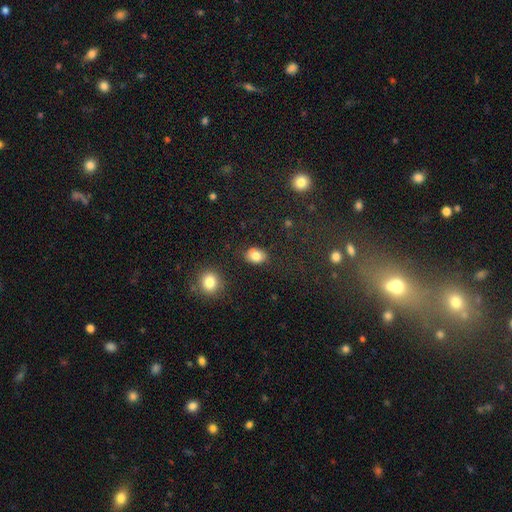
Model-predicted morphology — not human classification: Smooth or featured?
  - smooth: 83% *
  - star or artifact: 9%
  - featured or disk: 8%
How rounded?
  - in between: 70% *
  - round: 29%
  - cigar-shaped: 1%
Merging?
  - none: 82% *
  - minor disturbance: 12%
  - major disturbance: 3%
  - merger: 3%